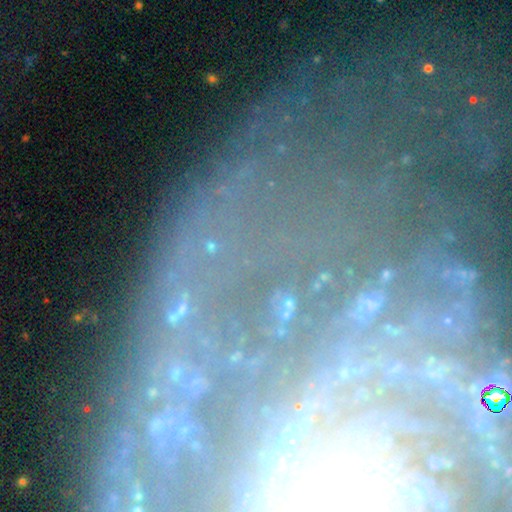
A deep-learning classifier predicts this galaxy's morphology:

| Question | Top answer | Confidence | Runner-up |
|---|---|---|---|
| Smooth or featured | featured or disk | 55% | star or artifact (29%) |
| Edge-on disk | no | 87% | yes (13%) |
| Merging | none | 57% | minor disturbance (19%) |